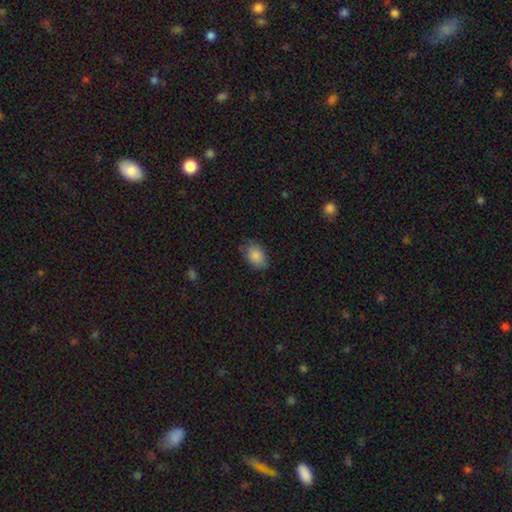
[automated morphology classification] type=smooth (87%); roundness=in between (86%); merging=none (75%).